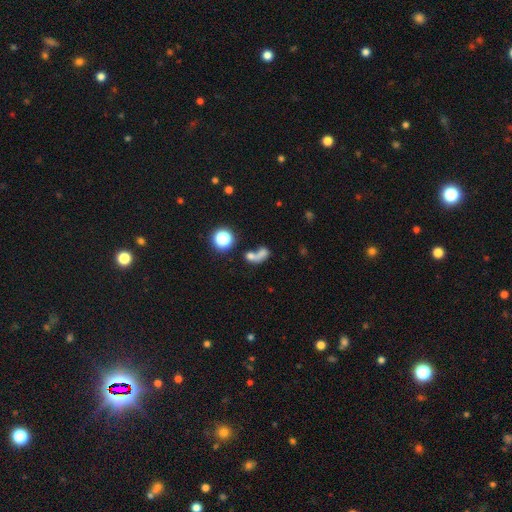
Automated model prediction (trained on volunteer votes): A smooth galaxy with no disk features (61%) that is in between round and cigar-shaped (55%). Merging: merger (52%).